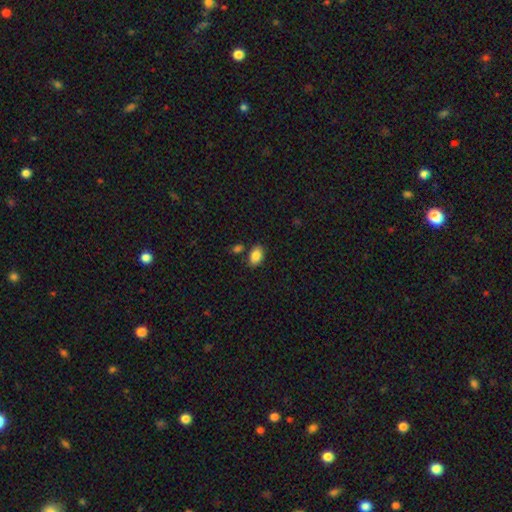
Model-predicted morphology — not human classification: Smooth or featured? Predicted: smooth (p=0.86). How rounded? Predicted: in between (p=0.87). Merging? Predicted: none (p=0.78).